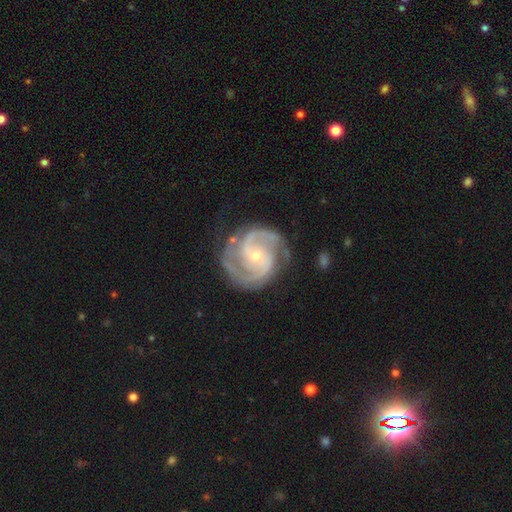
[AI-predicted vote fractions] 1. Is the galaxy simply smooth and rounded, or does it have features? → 92% featured or disk, 4% star or artifact, 3% smooth.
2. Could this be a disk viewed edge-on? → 98% no, 2% yes.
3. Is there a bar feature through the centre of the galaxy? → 53% no, 33% weak, 13% strong.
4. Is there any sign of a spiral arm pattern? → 98% yes, 2% no.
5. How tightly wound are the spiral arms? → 48% medium, 45% tight, 7% loose.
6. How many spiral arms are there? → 75% 2, 13% 3, 4% can't tell, 3% 4, 2% 1, 2% more than 4.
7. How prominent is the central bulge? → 71% small, 26% moderate, 1% large, 1% none, 1% dominant.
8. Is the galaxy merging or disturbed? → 76% none, 16% minor disturbance, 6% major disturbance, 2% merger.